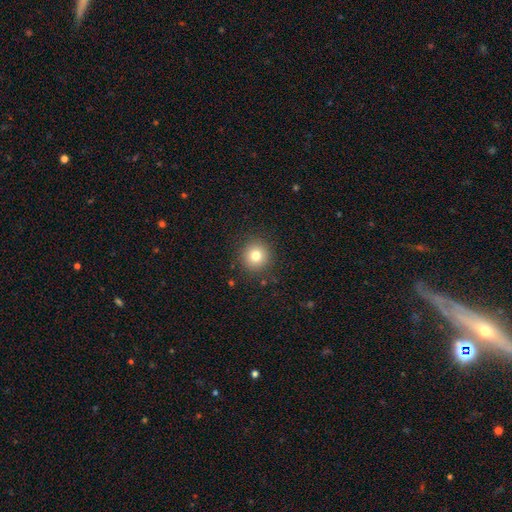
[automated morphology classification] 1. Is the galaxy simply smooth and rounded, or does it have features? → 78% smooth, 13% star or artifact, 9% featured or disk.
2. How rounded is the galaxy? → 95% round, 4% in between, 1% cigar-shaped.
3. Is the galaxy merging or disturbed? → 90% none, 6% minor disturbance, 2% major disturbance, 1% merger.